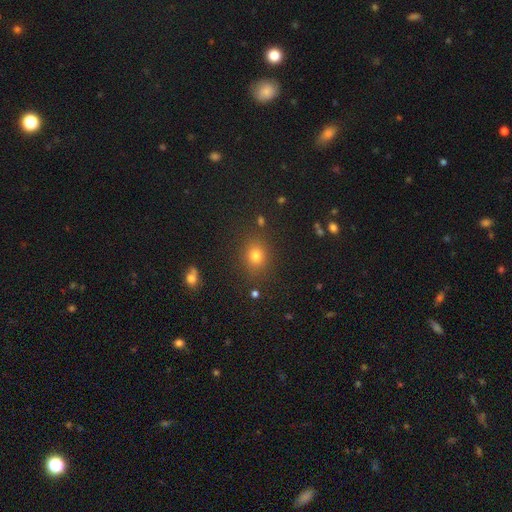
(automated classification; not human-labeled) A smooth galaxy with no disk features (74%) that is round (68%).

Vote fractions:
- Smooth or featured? smooth: 74% / star or artifact: 19% / featured or disk: 7%
- How rounded? round: 68% / in between: 31% / cigar-shaped: 1%
- Merging? none: 83% / minor disturbance: 10% / major disturbance: 4% / merger: 3%